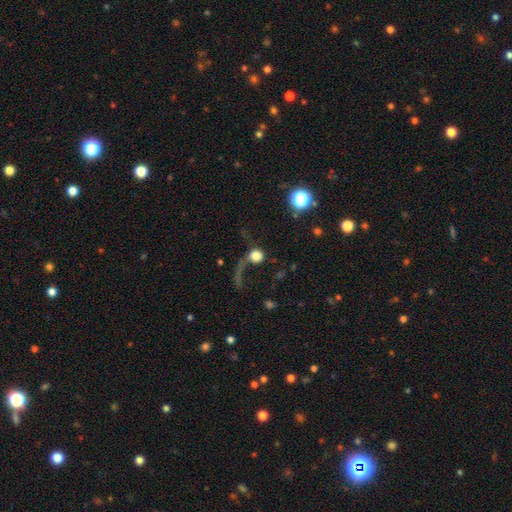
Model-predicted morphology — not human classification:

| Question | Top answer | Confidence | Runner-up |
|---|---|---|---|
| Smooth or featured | smooth | 63% | featured or disk (24%) |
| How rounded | round | 85% | in between (13%) |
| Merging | major disturbance | 54% | none (25%) |